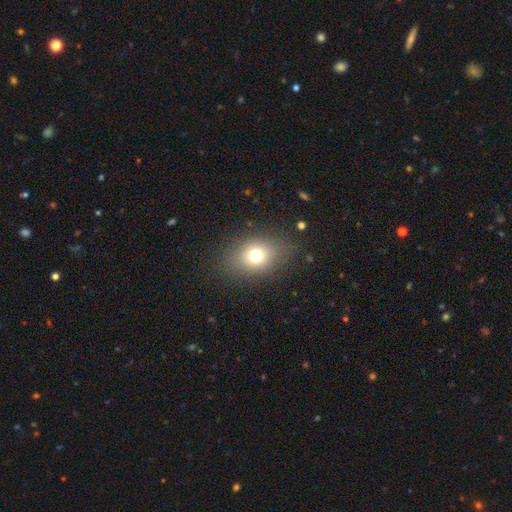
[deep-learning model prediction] Smooth or featured? Predicted: smooth (p=0.74). How rounded? Predicted: in between (p=0.62). Merging? Predicted: none (p=0.82).